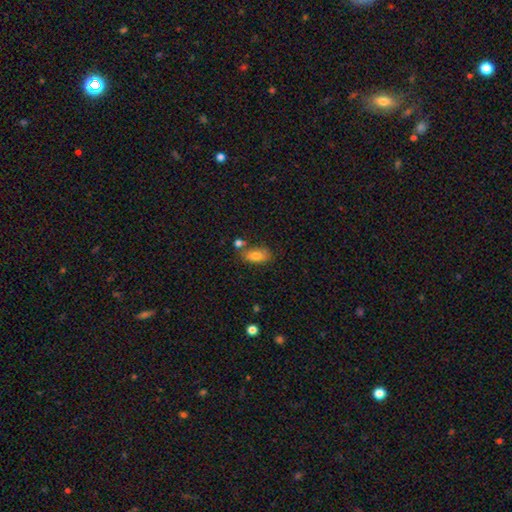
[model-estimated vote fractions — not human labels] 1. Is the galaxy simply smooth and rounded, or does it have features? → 80% smooth, 12% featured or disk, 8% star or artifact.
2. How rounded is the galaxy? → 88% in between, 8% cigar-shaped, 4% round.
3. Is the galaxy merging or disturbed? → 62% none, 19% minor disturbance, 14% merger, 5% major disturbance.